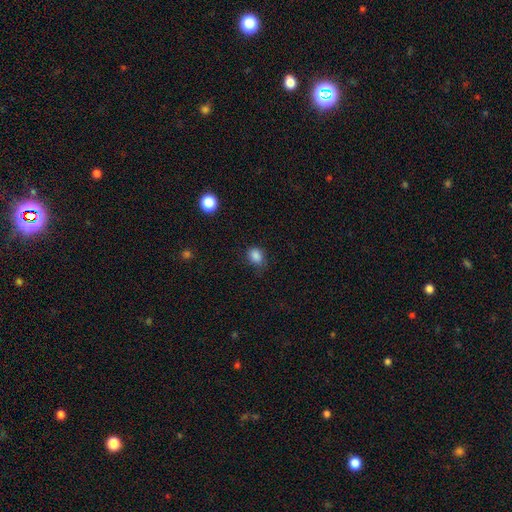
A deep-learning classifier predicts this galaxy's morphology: smooth_or_featured: smooth (p=0.85) [alt: star or artifact p=0.11]
how_rounded: in between (p=0.55) [alt: round p=0.44]
merging: none (p=0.70) [alt: minor disturbance p=0.23]